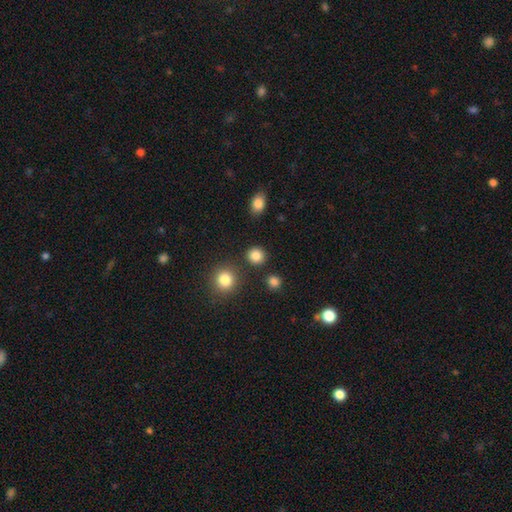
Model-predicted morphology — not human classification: Smooth or featured? smooth (86%)
How rounded? round (88%)
Merging? none (87%)